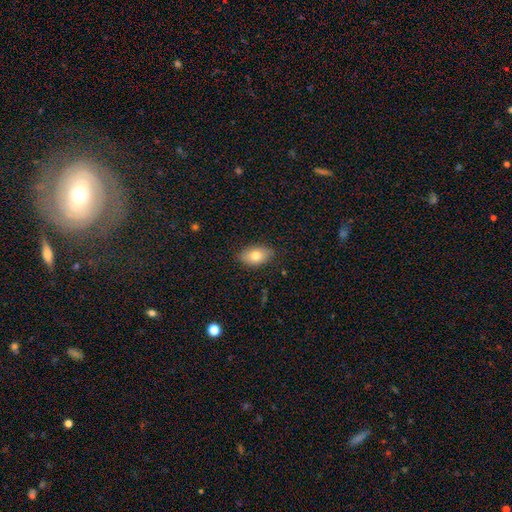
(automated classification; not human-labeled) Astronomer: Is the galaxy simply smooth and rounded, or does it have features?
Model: smooth — 78%.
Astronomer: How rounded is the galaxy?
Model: in between — 89%.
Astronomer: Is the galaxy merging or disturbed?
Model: none — 85%.